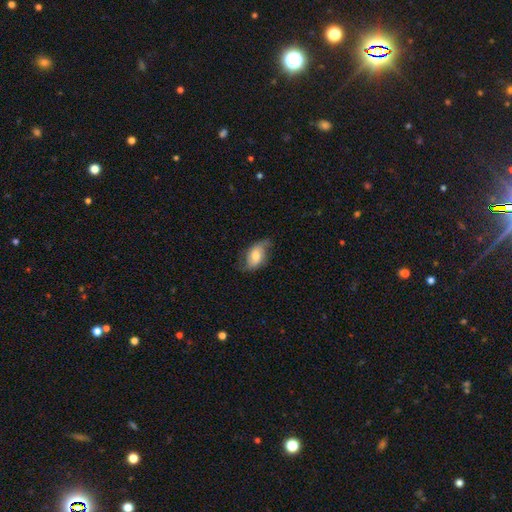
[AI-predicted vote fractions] smooth 55%, featured or disk 37%, star or artifact 7%. Down the decision tree: how rounded — in between (88%); merging — none (55%).